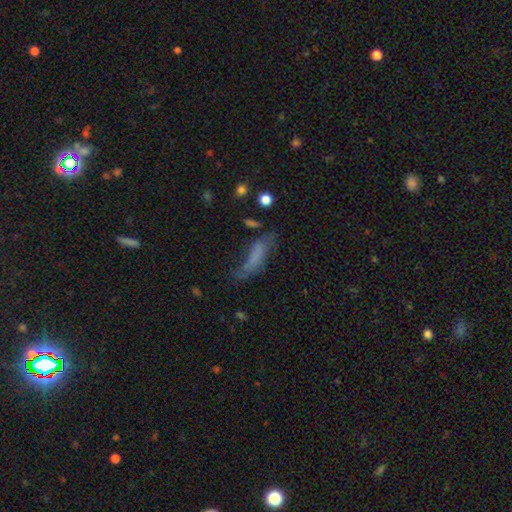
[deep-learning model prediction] Smooth or featured: smooth — 57% (featured or disk — 30%)
How rounded: cigar-shaped — 60% (in between — 36%)
Merging: none — 40% (minor disturbance — 28%)